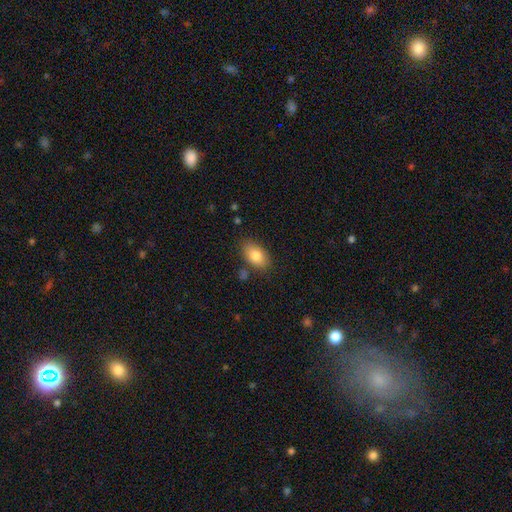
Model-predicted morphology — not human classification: Smooth or featured: smooth — 83% (featured or disk — 10%)
How rounded: in between — 90% (round — 9%)
Merging: none — 80% (minor disturbance — 13%)